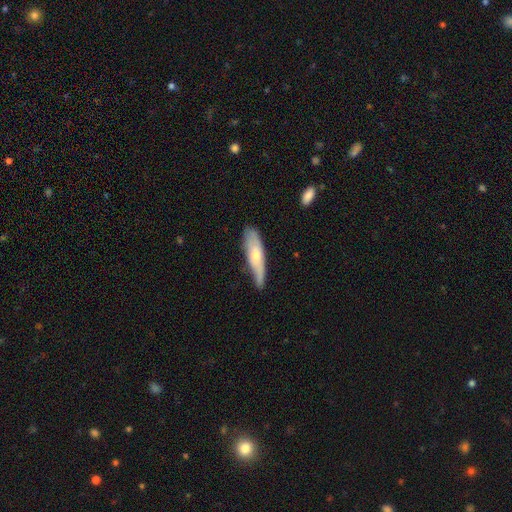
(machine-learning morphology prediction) The model was most divided on "merging": none: 54%, minor disturbance: 35%, major disturbance: 9%, merger: 3%. More confident: how rounded — cigar-shaped (68%); smooth or featured — smooth (58%).